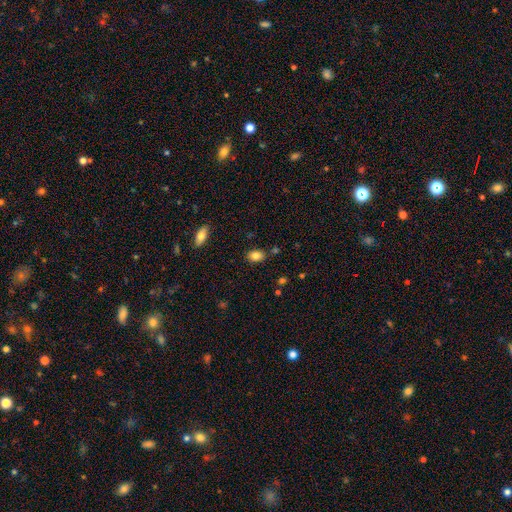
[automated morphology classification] Q: Smooth or featured?
A: smooth (84%); runner-up: star or artifact (9%)
Q: How rounded?
A: in between (79%); runner-up: round (20%)
Q: Merging?
A: none (82%); runner-up: minor disturbance (12%)